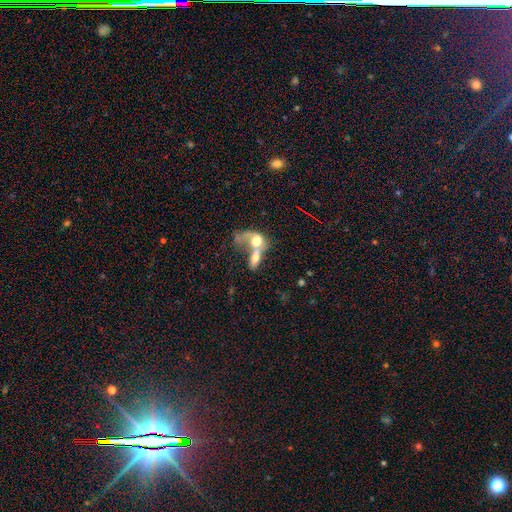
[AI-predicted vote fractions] smooth_or_featured: smooth (p=0.51) [alt: featured or disk p=0.38]
how_rounded: in between (p=0.69) [alt: round p=0.24]
merging: merger (p=0.74) [alt: major disturbance p=0.11]